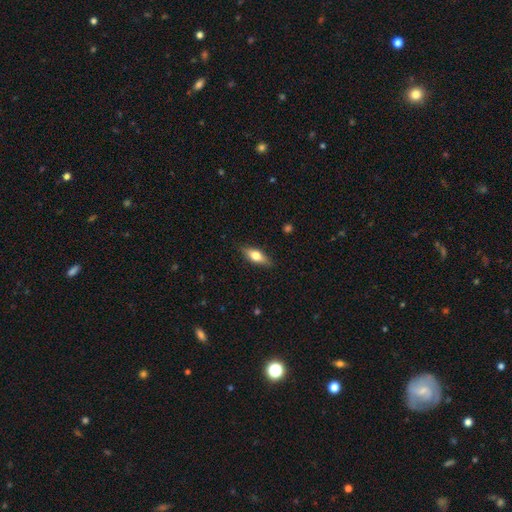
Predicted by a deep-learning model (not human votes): Smooth or featured?
  - smooth: 58% *
  - featured or disk: 35%
  - star or artifact: 7%
How rounded?
  - in between: 62% *
  - cigar-shaped: 34%
  - round: 4%
Merging?
  - none: 86% *
  - minor disturbance: 11%
  - major disturbance: 2%
  - merger: 1%